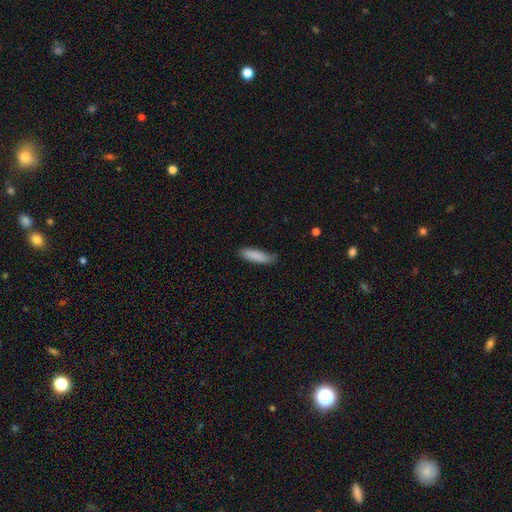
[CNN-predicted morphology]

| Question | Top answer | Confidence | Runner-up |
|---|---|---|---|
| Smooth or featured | smooth | 87% | featured or disk (7%) |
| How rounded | cigar-shaped | 58% | in between (40%) |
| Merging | none | 73% | minor disturbance (22%) |